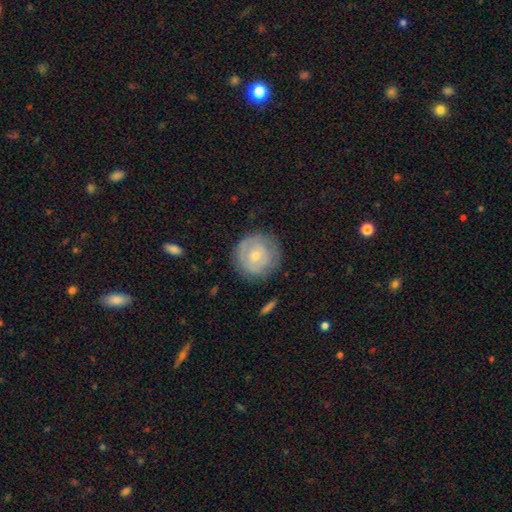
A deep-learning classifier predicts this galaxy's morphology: Overall: featured or disk (49%; smooth 45%). Merging: none (78%).